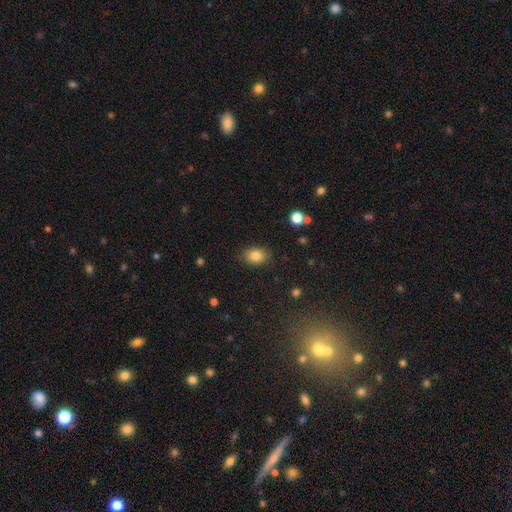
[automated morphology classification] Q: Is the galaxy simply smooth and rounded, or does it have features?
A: smooth — 84%.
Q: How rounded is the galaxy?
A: in between — 70%.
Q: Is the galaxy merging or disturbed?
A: none — 84%.